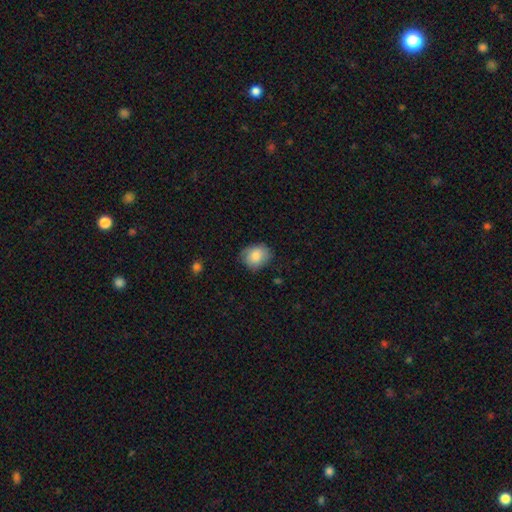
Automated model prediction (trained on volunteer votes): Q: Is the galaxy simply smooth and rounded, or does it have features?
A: smooth — 80%.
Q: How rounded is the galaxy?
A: round — 52%.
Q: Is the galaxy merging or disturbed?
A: none — 71%.